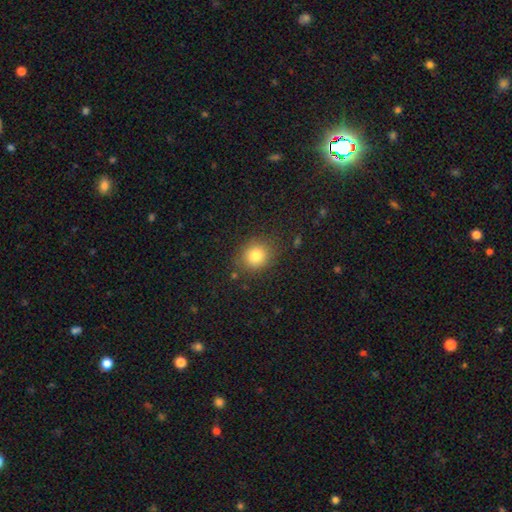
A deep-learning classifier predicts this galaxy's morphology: smooth_or_featured: smooth (p=0.81) [alt: star or artifact p=0.11]
how_rounded: round (p=0.79) [alt: in between p=0.21]
merging: none (p=0.83) [alt: minor disturbance p=0.11]